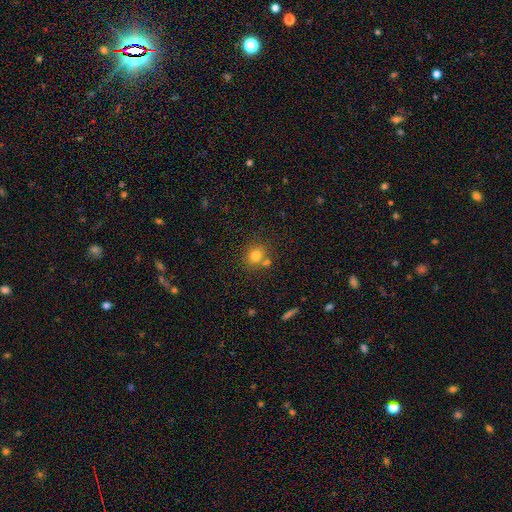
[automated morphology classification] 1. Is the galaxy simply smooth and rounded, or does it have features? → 79% smooth, 13% star or artifact, 8% featured or disk.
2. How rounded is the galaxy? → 75% round, 24% in between, 1% cigar-shaped.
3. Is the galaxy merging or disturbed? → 65% none, 20% merger, 11% minor disturbance, 4% major disturbance.